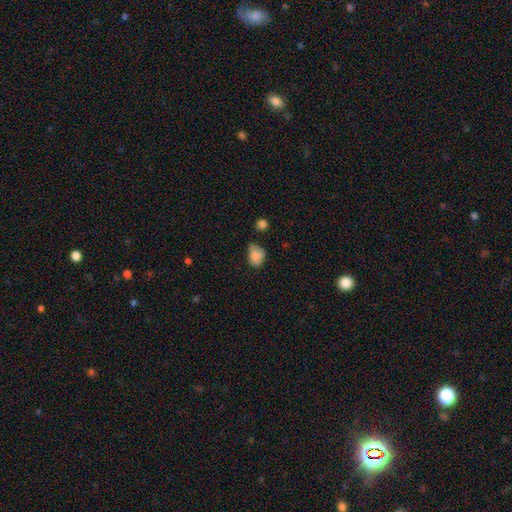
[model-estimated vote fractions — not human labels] This appears to be a smooth galaxy with no disk features (78%) that is in between round and cigar-shaped (69%). Merging: none (46%).